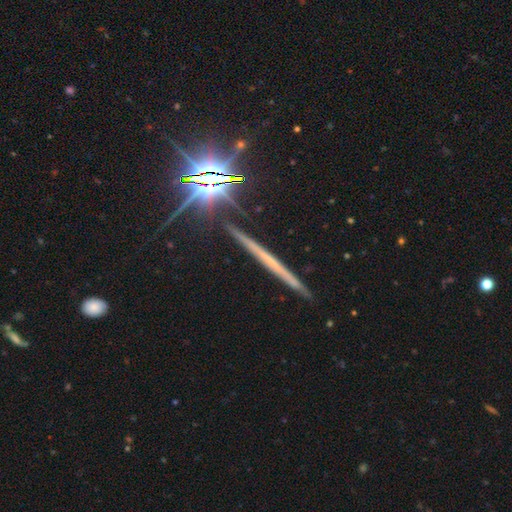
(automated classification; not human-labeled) A star or artifact, not a galaxy (44%).